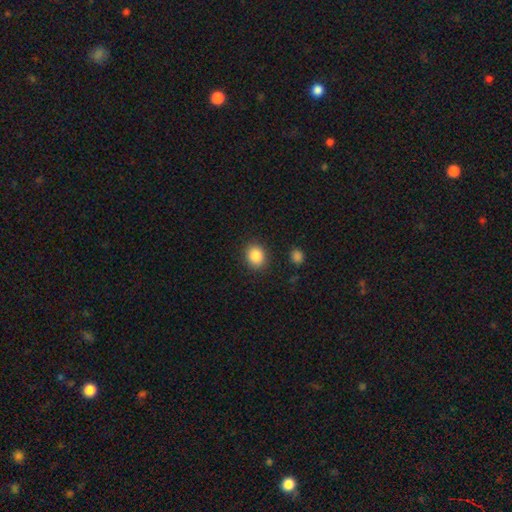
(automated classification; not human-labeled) Overall: smooth (86%). How rounded: round (60%; in between 40%). Merging: none (88%).